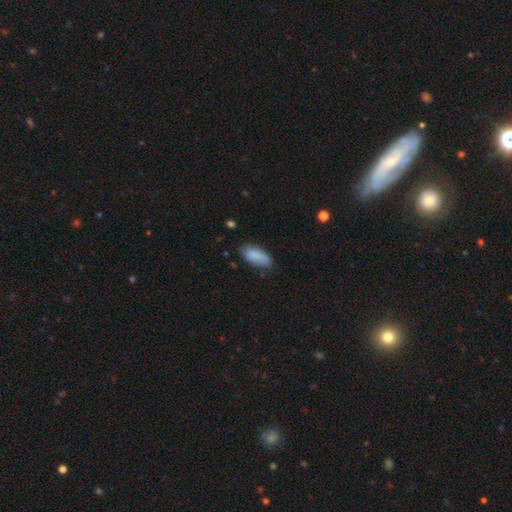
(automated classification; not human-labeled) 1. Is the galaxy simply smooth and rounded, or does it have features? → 86% smooth, 8% featured or disk, 7% star or artifact.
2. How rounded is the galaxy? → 87% in between, 11% cigar-shaped, 2% round.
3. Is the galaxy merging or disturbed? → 69% none, 24% minor disturbance, 5% major disturbance, 2% merger.